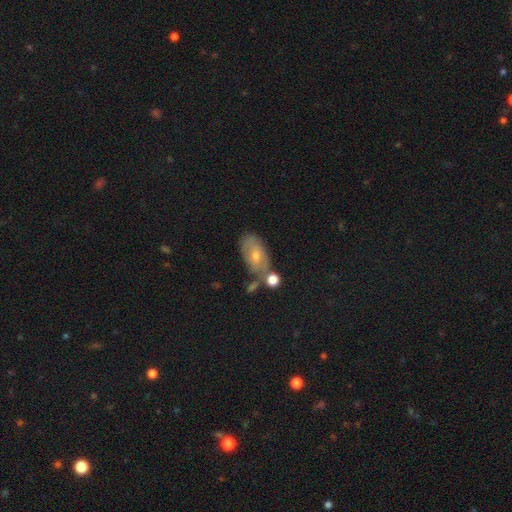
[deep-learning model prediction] Overall: smooth (45%; featured or disk 41%). Merging: none (55%; minor disturbance 20%).